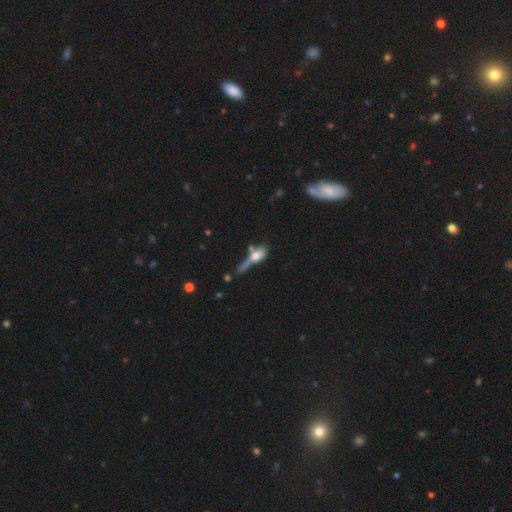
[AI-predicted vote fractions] This appears to be a smooth galaxy with no disk features (56%) that is in between round and cigar-shaped (52%). Merging: merger (32%).